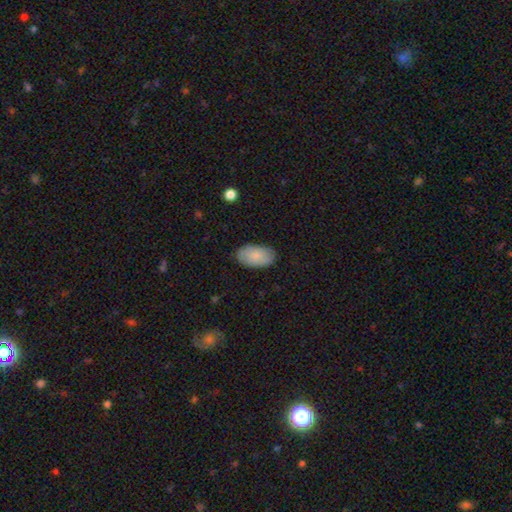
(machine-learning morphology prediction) Smooth or featured? Predicted: smooth (p=0.84). How rounded? Predicted: in between (p=0.94). Merging? Predicted: none (p=0.85).